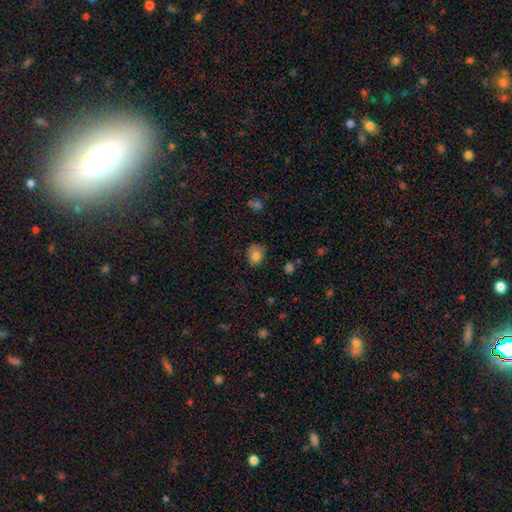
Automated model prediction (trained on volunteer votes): smooth 81%, star or artifact 11%, featured or disk 8%. Down the decision tree: how rounded — round (69%); merging — none (71%).